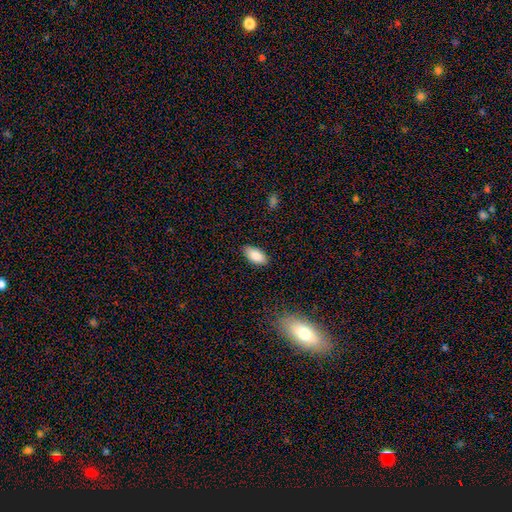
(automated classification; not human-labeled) Q: Smooth or featured?
A: smooth (88%); runner-up: star or artifact (7%)
Q: How rounded?
A: in between (92%); runner-up: cigar-shaped (5%)
Q: Merging?
A: none (86%); runner-up: minor disturbance (11%)